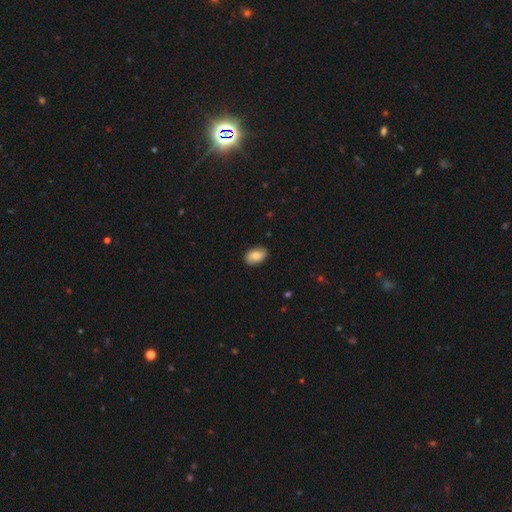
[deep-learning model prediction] smooth_or_featured: smooth (p=0.76) [alt: featured or disk p=0.16]
how_rounded: in between (p=0.86) [alt: round p=0.12]
merging: none (p=0.85) [alt: minor disturbance p=0.11]